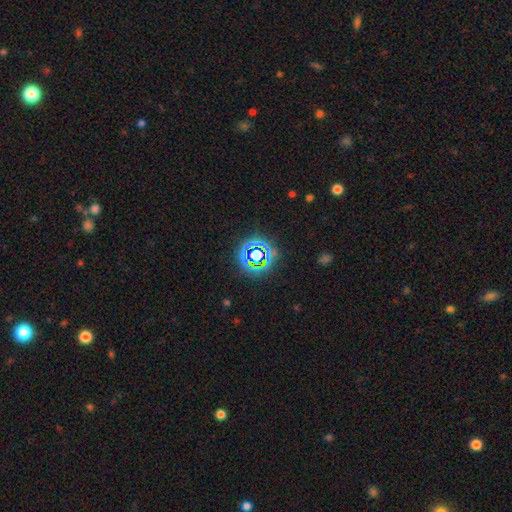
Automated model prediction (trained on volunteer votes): This is likely a star or artifact rather than a galaxy (65%).